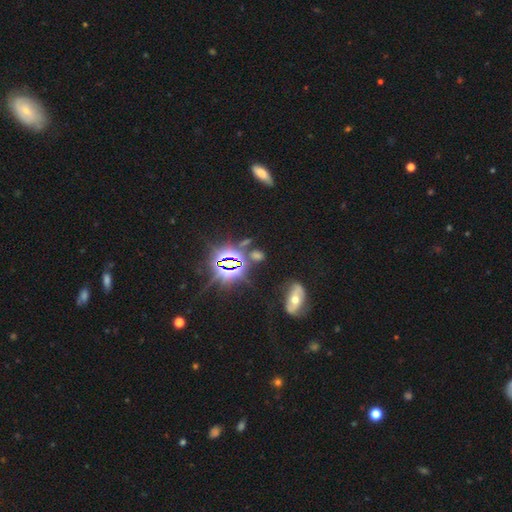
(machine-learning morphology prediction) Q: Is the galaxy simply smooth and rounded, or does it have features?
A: star or artifact — 68%.